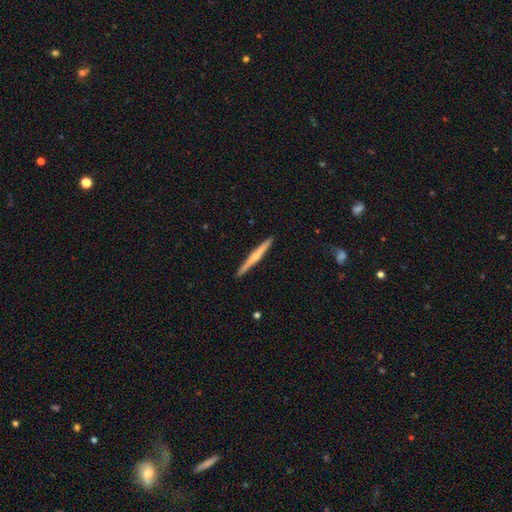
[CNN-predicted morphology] smooth-or-featured: featured or disk: 54% | smooth: 41% | star or artifact: 5%
  disk-edge-on: yes: 98% | no: 2%
    edge-on-bulge: rounded: 50% | none: 42% | boxy: 8%
  merging: none: 92% | minor disturbance: 6% | major disturbance: 1% | merger: 1%